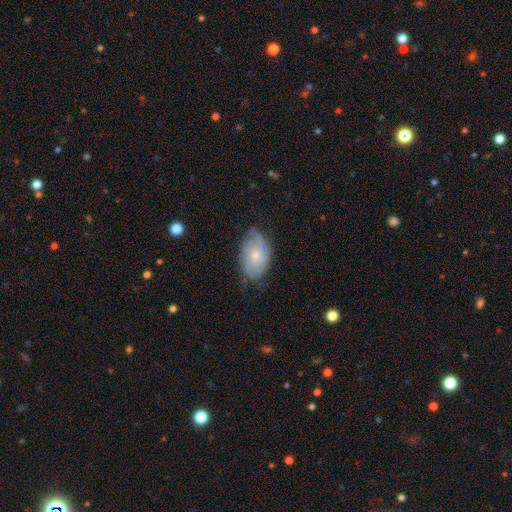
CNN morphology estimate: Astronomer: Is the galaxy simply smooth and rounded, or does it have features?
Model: featured or disk — 48% (runner-up: smooth, 46%).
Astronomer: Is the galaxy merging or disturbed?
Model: none — 62%.